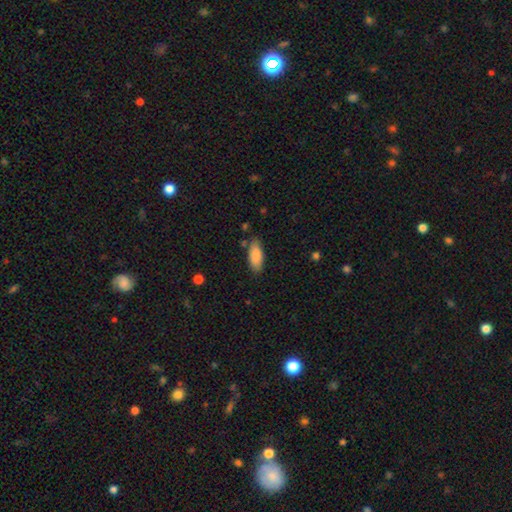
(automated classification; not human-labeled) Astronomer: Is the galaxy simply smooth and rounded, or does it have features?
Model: smooth — 86%.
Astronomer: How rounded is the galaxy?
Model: in between — 83%.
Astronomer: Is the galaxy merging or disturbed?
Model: none — 78%.